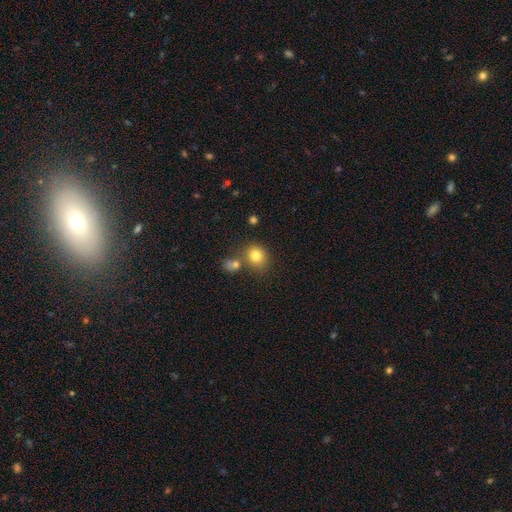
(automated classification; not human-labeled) A smooth galaxy with no disk features (80%) that is round (73%). Merging: none (61%).